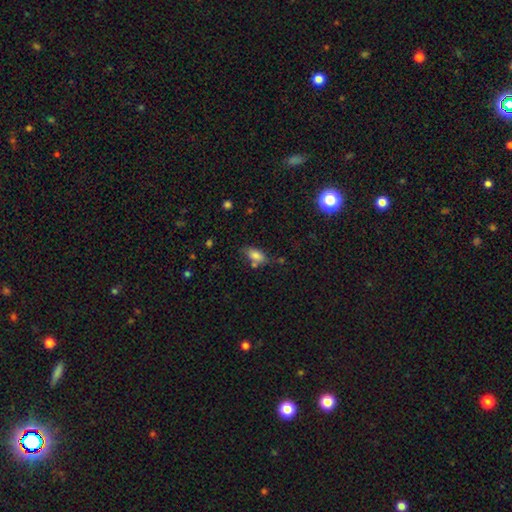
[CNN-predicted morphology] The model was most divided on "merging": none: 59%, minor disturbance: 21%, merger: 13%, major disturbance: 6%. More confident: how rounded — in between (87%); smooth or featured — smooth (80%).